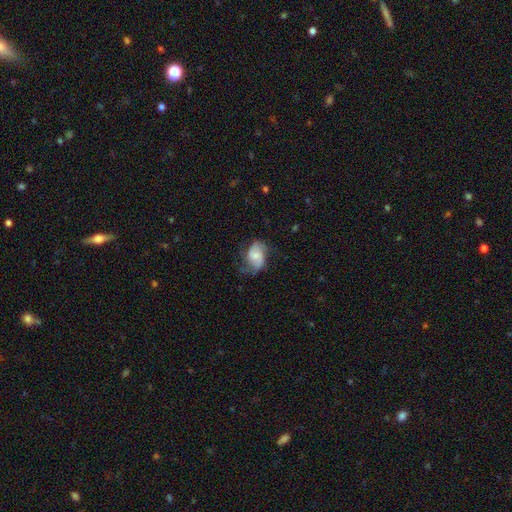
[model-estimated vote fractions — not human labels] This is possibly a featured or disk galaxy (53%). It is clearly not viewed edge-on (97%). Bar: possibly no (57%). Spiral arm pattern: clearly yes (87%). Central bulge: marginally small (43%). Merging: possibly none (52%).